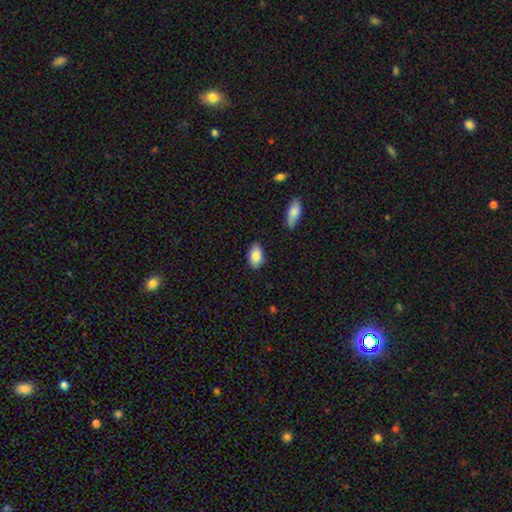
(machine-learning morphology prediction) A smooth galaxy with no disk features (86%) that is in between round and cigar-shaped (92%).

Vote fractions:
- Smooth or featured? smooth: 86% / featured or disk: 8% / star or artifact: 7%
- How rounded? in between: 92% / round: 6% / cigar-shaped: 2%
- Merging? none: 83% / minor disturbance: 13% / major disturbance: 2% / merger: 2%